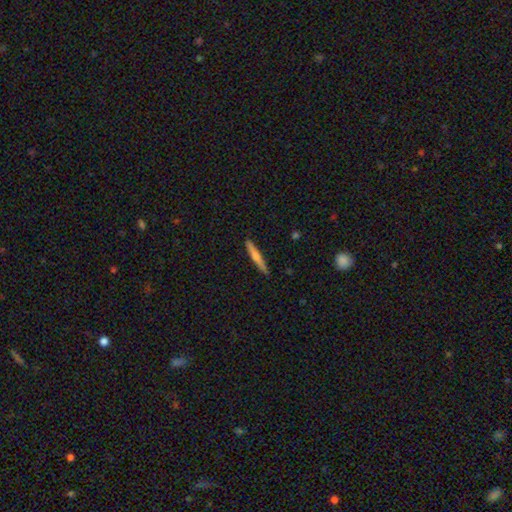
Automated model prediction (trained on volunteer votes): A smooth galaxy with no disk features (50%). Merging: none (90%).